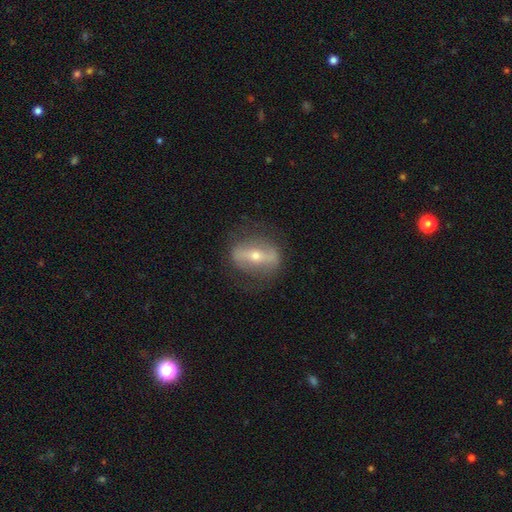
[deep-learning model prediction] This is likely a featured or disk galaxy (74%). It is likely not viewed edge-on (70%). Bar: likely strong (75%). Spiral arm pattern: possibly no (58%). Central bulge: possibly small (50%). Merging: likely none (76%).